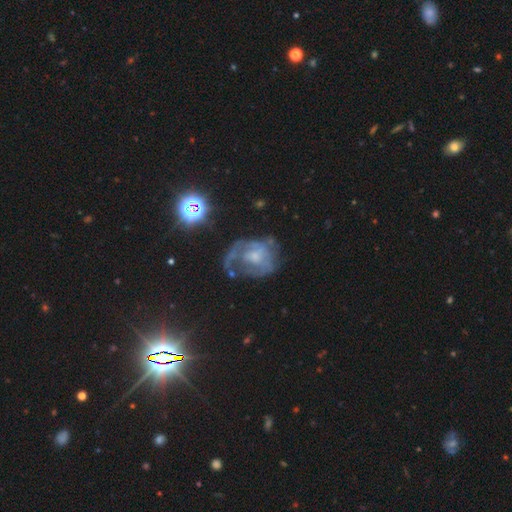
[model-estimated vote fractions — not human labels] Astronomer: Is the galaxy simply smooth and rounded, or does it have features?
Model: featured or disk — 69%.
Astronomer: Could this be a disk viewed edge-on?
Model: no — 97%.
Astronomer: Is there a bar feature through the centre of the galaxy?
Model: no — 69%.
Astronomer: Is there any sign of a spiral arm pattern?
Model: yes — 65%.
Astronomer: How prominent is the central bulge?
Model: small — 40% (runner-up: moderate, 38%).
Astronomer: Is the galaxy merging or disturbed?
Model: none — 38% (runner-up: major disturbance, 34%).